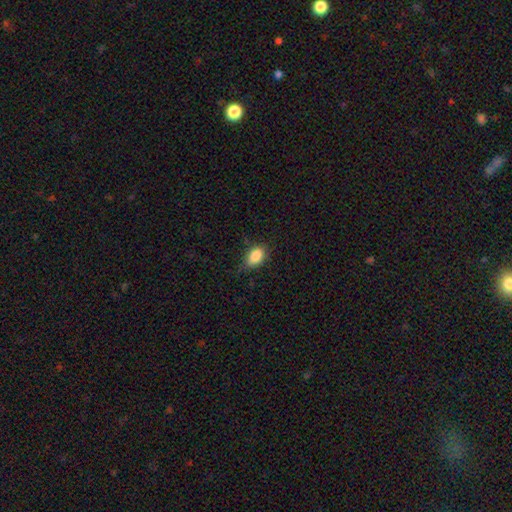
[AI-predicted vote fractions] A smooth galaxy with no disk features (86%) that is in between round and cigar-shaped (83%). Merging: none (68%).